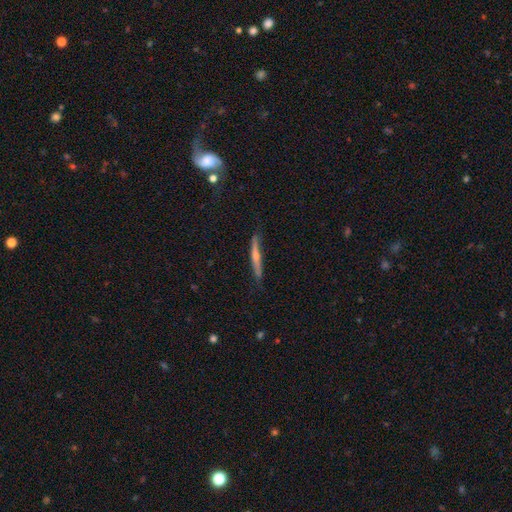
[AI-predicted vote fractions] Smooth or featured? Predicted: featured or disk (p=0.61). Edge-on disk? Predicted: yes (p=0.96). Edge-on bulge? Predicted: rounded (p=0.69). Merging? Predicted: none (p=0.81).